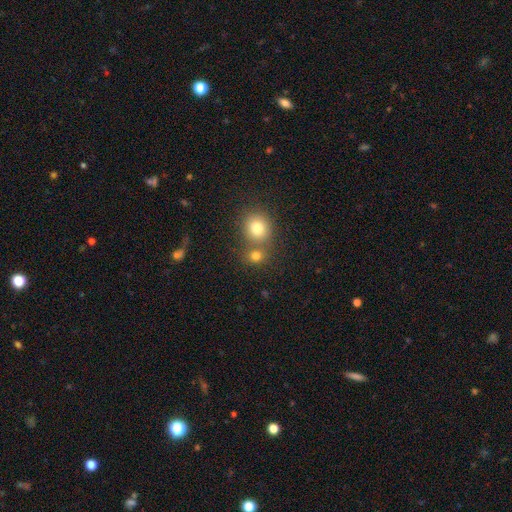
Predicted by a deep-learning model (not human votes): smooth_or_featured: smooth (p=0.77) [alt: star or artifact p=0.15]
how_rounded: round (p=0.81) [alt: in between p=0.18]
merging: none (p=0.55) [alt: merger p=0.34]